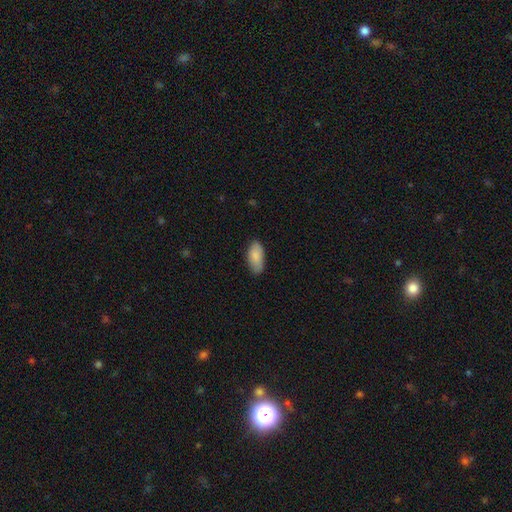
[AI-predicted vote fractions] Smooth or featured? smooth (86%)
How rounded? in between (92%)
Merging? none (81%)